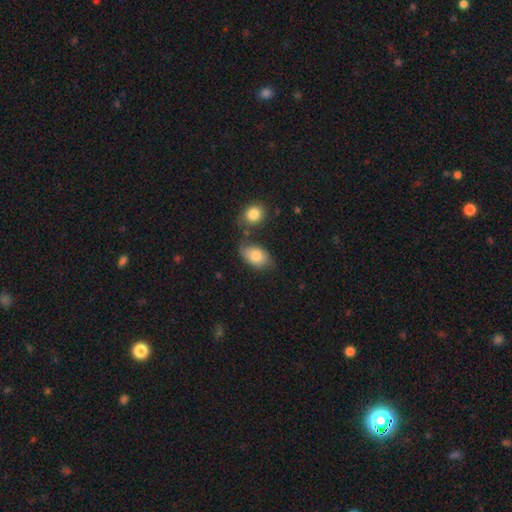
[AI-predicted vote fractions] Smooth or featured? Predicted: smooth (p=0.78). How rounded? Predicted: in between (p=0.85). Merging? Predicted: none (p=0.55).